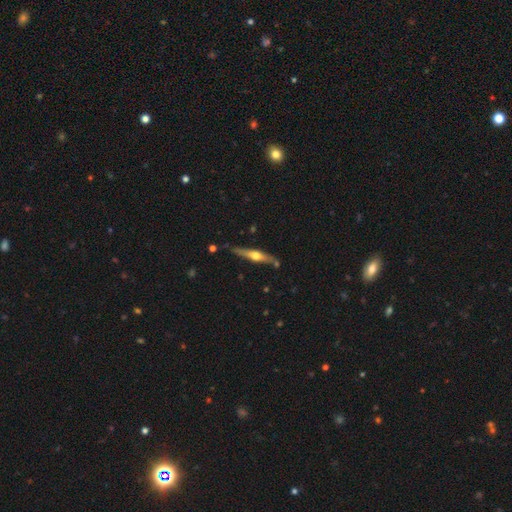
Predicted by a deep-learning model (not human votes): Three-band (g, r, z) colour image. It shows a featured or disk galaxy (66%) viewed edge-on (95%) with a rounded central bulge (92%). Merging: none (79%).